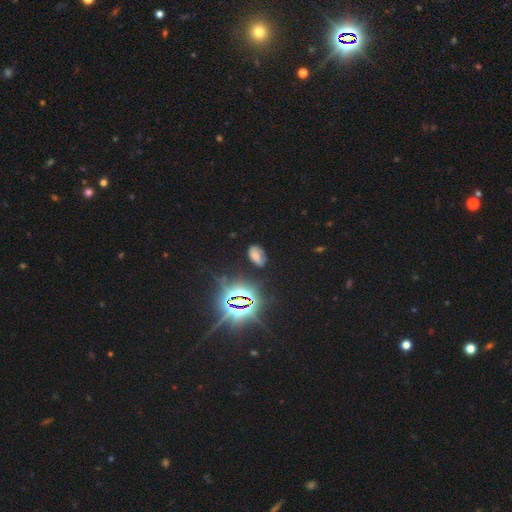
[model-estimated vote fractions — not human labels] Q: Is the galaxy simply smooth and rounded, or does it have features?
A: smooth — 47%.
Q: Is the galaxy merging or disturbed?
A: none — 72%.